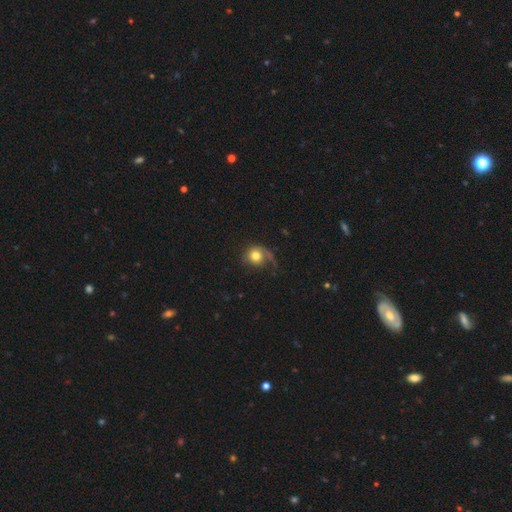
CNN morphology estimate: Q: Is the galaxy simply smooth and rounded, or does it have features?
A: smooth — 63%.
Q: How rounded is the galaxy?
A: round — 81%.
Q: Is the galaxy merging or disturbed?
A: none — 42%.